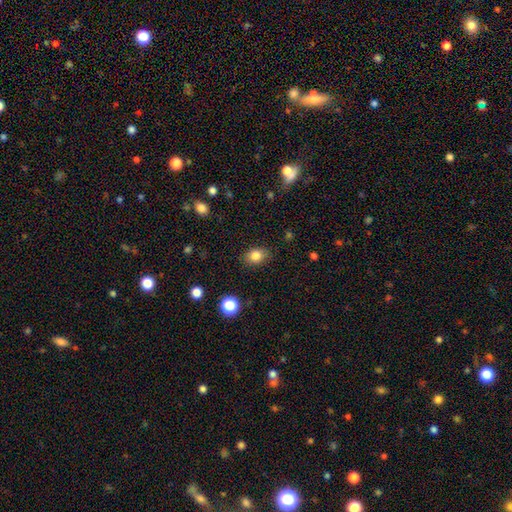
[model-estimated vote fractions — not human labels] smooth 83%, star or artifact 10%, featured or disk 7%. Down the decision tree: how rounded — in between (66%); merging — none (85%).